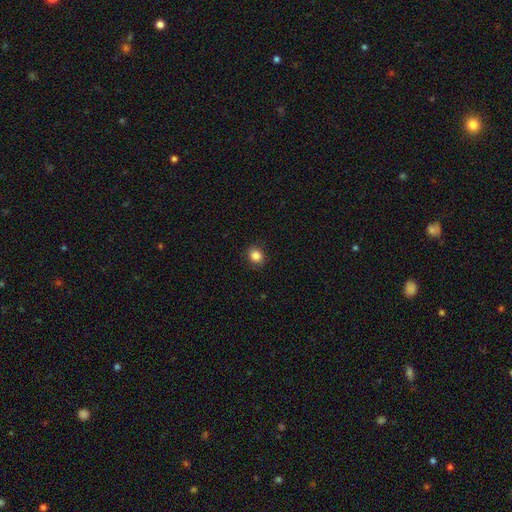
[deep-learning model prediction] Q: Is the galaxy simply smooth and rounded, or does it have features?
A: smooth — 85%.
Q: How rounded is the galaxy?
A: round — 71%.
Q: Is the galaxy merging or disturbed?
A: none — 88%.